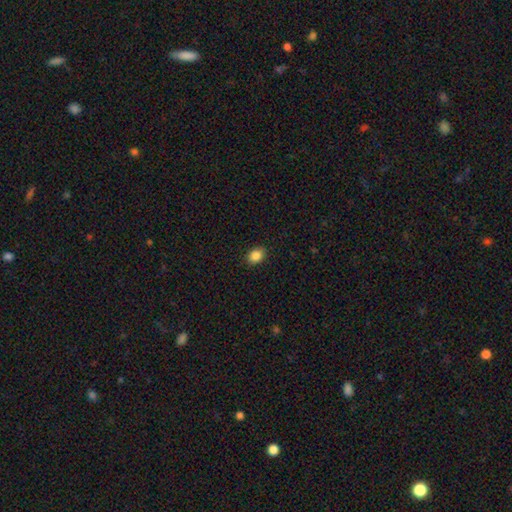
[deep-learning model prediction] A smooth galaxy with no disk features (87%) that is in between round and cigar-shaped (65%). Merging: none (90%).